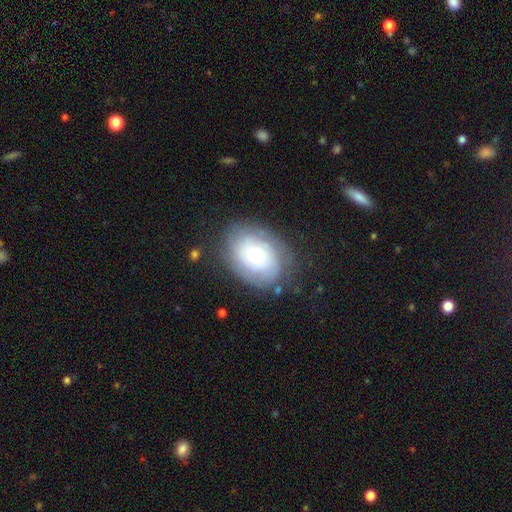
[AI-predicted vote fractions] featured or disk 58%, smooth 34%, star or artifact 8%. Down the decision tree: edge-on disk — no (96%); bar — no (76%); spiral arms — yes (81%); bulge size — moderate (44%); merging — none (71%).